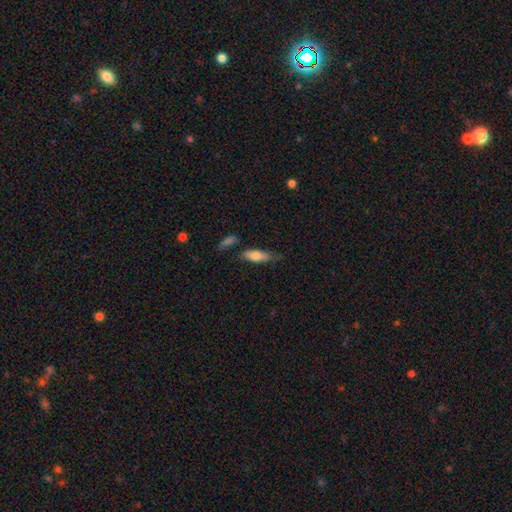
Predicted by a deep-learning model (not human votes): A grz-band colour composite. It shows a smooth galaxy with no disk features (75%) that is in between round and cigar-shaped (56%). Merging: none (60%).